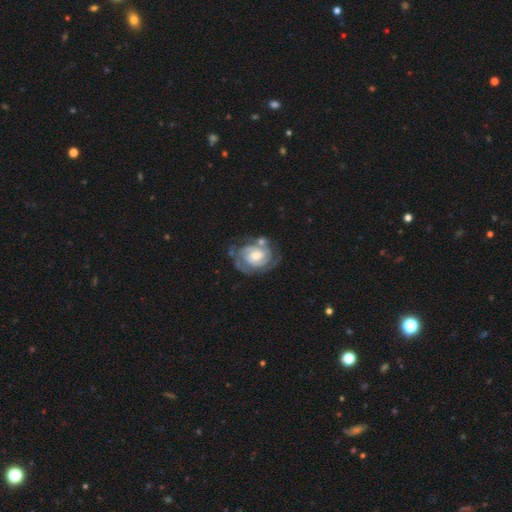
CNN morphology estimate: A featured or disk galaxy (83%) with no bar (57%), 2 (53%) tight (68%) spiral arms (94%) and a moderate central bulge (53%).

Vote fractions:
- Smooth or featured? featured or disk: 83% / smooth: 12% / star or artifact: 5%
- Edge-on disk? no: 98% / yes: 2%
- Bar? no: 57% / weak: 34% / strong: 9%
- Spiral arms? yes: 94% / no: 6%
- Spiral winding? tight: 68% / medium: 26% / loose: 6%
- Spiral arm count? 2: 53% / can't tell: 21% / 3: 15% / 1: 4% / 4: 4% / more than 4: 3%
- Bulge size? moderate: 53% / large: 23% / small: 18% / none: 4% / dominant: 2%
- Merging? none: 61% / minor disturbance: 20% / major disturbance: 11% / merger: 9%